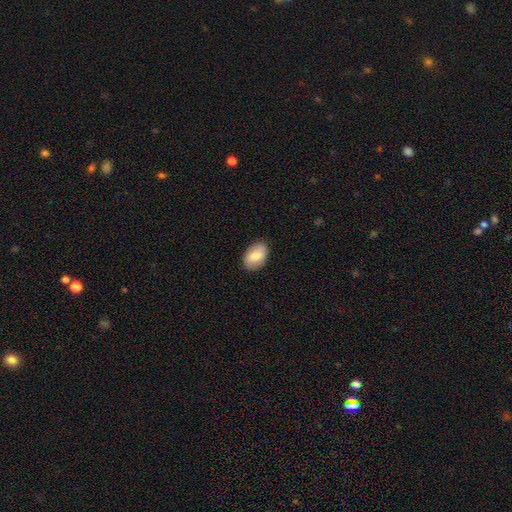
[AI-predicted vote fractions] smooth 76%, featured or disk 18%, star or artifact 6%. Down the decision tree: how rounded — in between (90%); merging — none (85%).